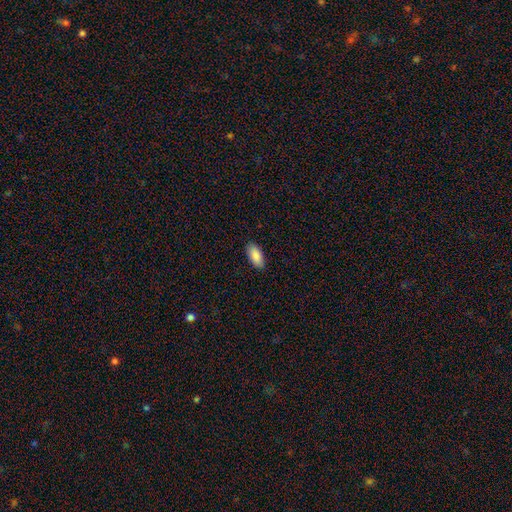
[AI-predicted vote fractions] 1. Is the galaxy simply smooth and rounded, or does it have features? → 90% smooth, 6% star or artifact, 4% featured or disk.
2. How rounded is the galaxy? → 91% in between, 8% cigar-shaped, 2% round.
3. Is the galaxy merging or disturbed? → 88% none, 9% minor disturbance, 2% major disturbance, 1% merger.